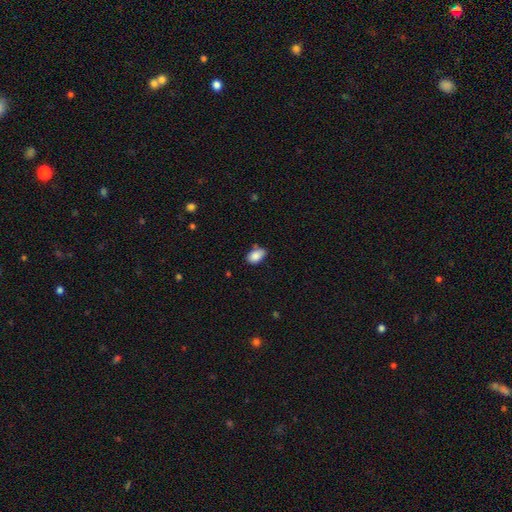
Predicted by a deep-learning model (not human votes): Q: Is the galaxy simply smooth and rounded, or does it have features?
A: smooth — 87%.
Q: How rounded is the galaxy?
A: in between — 89%.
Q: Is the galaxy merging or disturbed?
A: none — 64%.